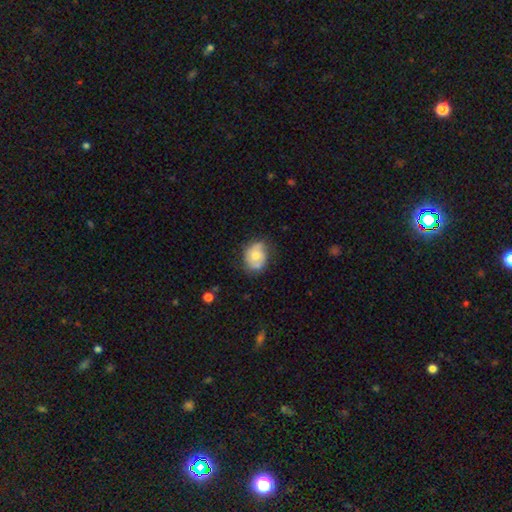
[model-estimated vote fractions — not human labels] Overall: smooth (57%; featured or disk 35%). How rounded: in between (51%; round 48%). Merging: none (63%; minor disturbance 28%).